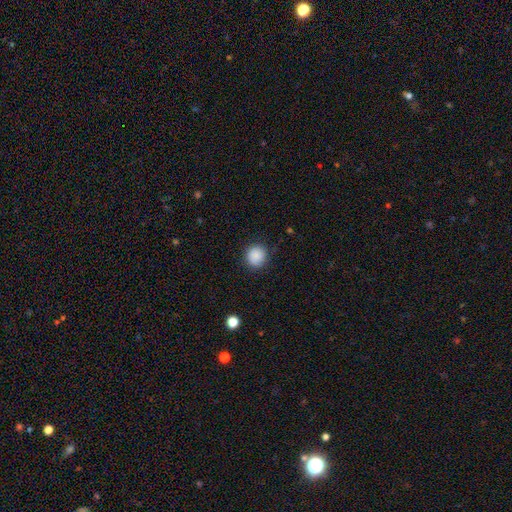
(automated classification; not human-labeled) A smooth galaxy with no disk features (87%) that is round (90%).

Vote fractions:
- Smooth or featured? smooth: 87% / star or artifact: 9% / featured or disk: 4%
- How rounded? round: 90% / in between: 9% / cigar-shaped: 1%
- Merging? none: 84% / minor disturbance: 12% / major disturbance: 3% / merger: 1%